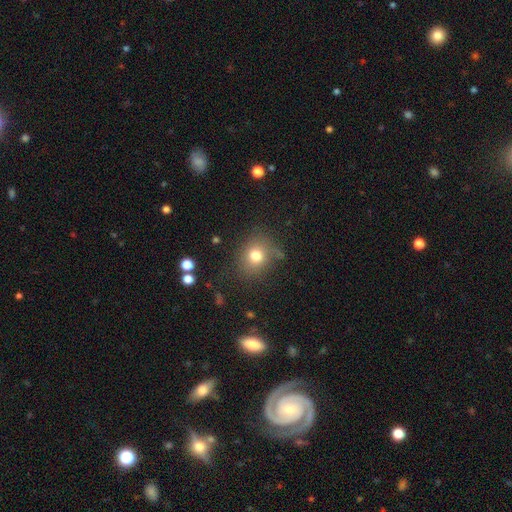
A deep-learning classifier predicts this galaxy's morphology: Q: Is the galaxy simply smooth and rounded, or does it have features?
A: smooth — 76%.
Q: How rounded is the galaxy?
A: round — 69%.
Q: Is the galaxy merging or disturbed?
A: none — 73%.